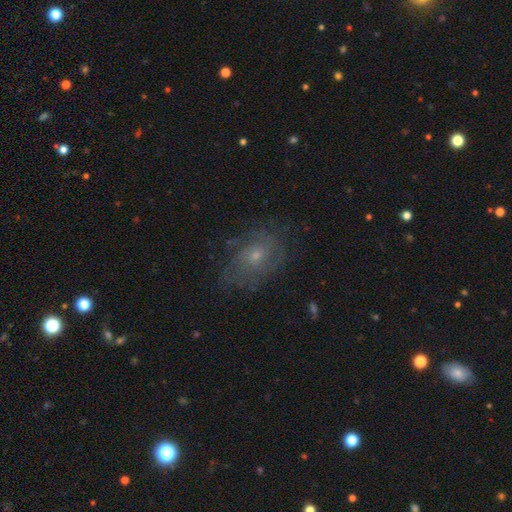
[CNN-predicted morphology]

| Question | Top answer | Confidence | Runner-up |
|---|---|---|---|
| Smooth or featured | featured or disk | 55% | smooth (32%) |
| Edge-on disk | no | 96% | yes (4%) |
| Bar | no | 78% | weak (19%) |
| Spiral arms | yes | 70% | no (30%) |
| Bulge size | small | 62% | moderate (32%) |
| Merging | none | 66% | minor disturbance (20%) |